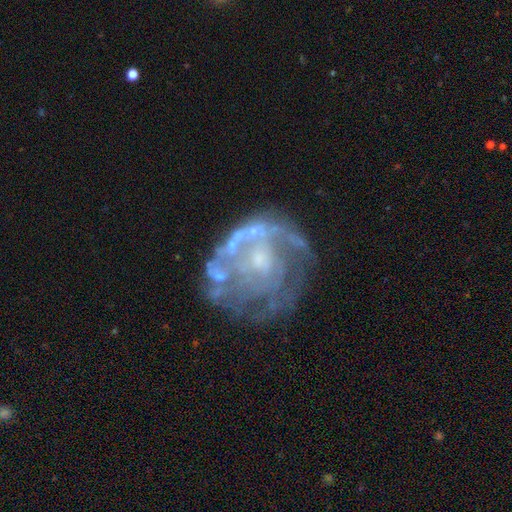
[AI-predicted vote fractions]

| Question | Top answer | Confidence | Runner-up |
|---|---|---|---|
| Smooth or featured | featured or disk | 78% | smooth (14%) |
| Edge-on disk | no | 98% | yes (2%) |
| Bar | no | 79% | weak (17%) |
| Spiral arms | yes | 53% | no (47%) |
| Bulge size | small | 45% | moderate (29%) |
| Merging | none | 56% | major disturbance (19%) |